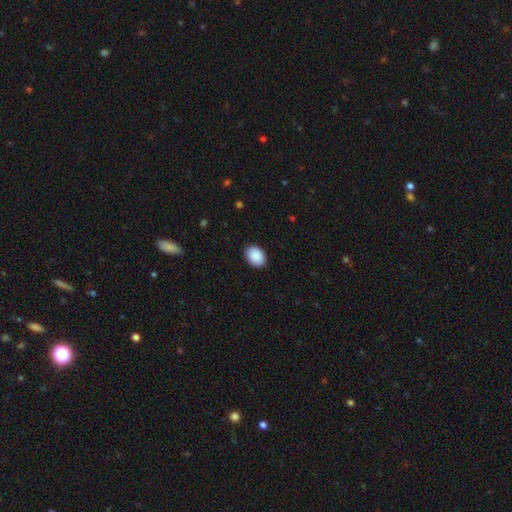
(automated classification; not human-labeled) Morphology: type=smooth (91%); roundness=in between (79%); merging=none (90%).